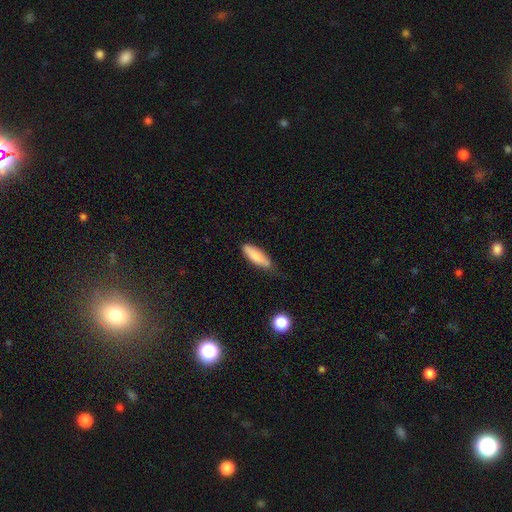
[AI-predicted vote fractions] The model was most divided on "how rounded": cigar-shaped: 51%, in between: 48%, round: 2%. More confident: smooth or featured — smooth (83%); merging — none (64%).